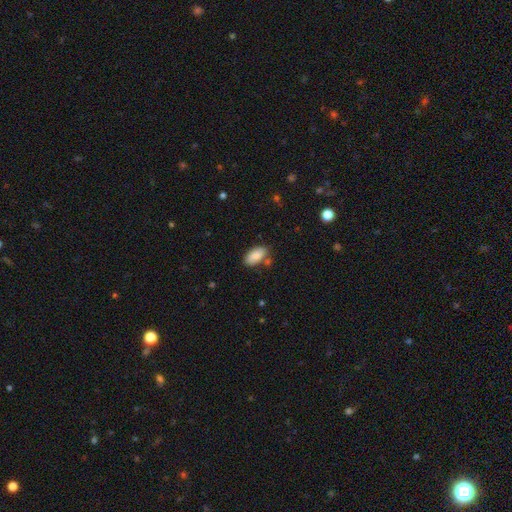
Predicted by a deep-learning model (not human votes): smooth 87%, star or artifact 7%, featured or disk 6%. Down the decision tree: how rounded — in between (93%); merging — none (77%).